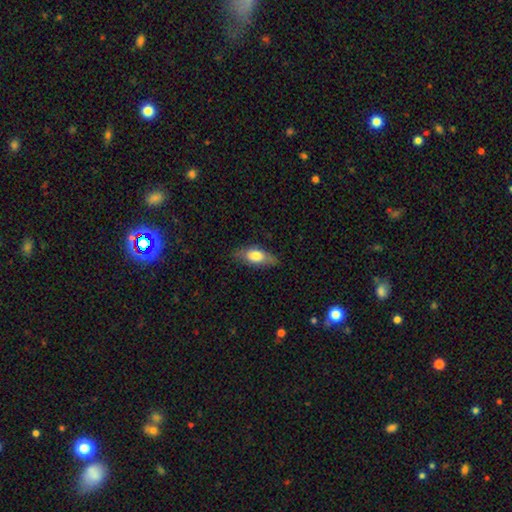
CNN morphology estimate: type=smooth (72%); roundness=in between (80%); merging=none (75%).